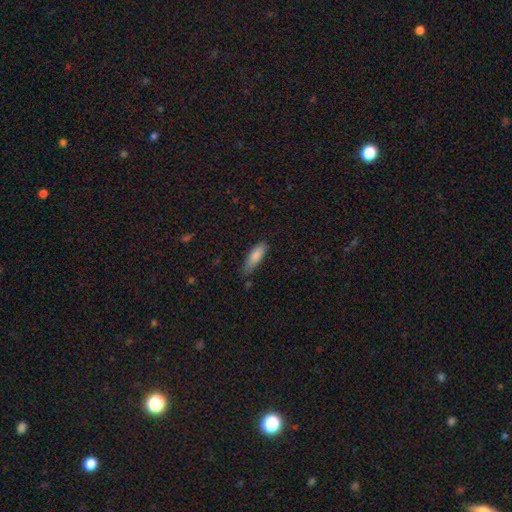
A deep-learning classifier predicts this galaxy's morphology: Q: Smooth or featured?
A: smooth (84%); runner-up: featured or disk (9%)
Q: How rounded?
A: in between (51%); runner-up: cigar-shaped (47%)
Q: Merging?
A: none (61%); runner-up: minor disturbance (31%)